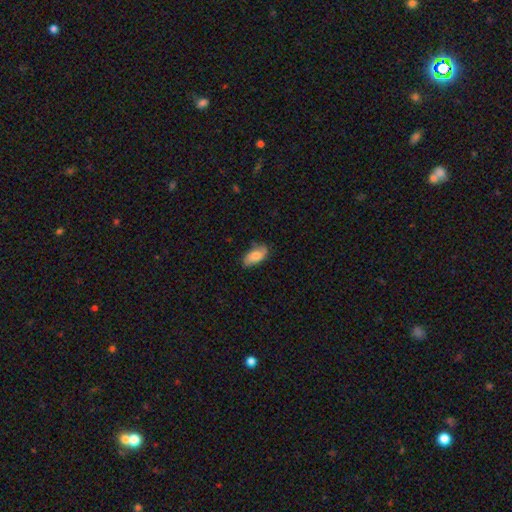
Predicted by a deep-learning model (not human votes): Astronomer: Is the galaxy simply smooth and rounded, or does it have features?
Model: smooth — 67%.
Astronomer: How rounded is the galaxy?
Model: in between — 90%.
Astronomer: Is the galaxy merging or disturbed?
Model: none — 71%.